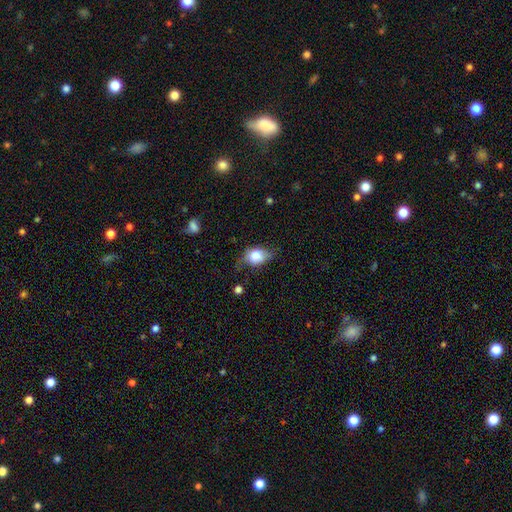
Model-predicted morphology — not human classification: Smooth or featured? Predicted: smooth (p=0.71). How rounded? Predicted: in between (p=0.71). Merging? Predicted: none (p=0.46).